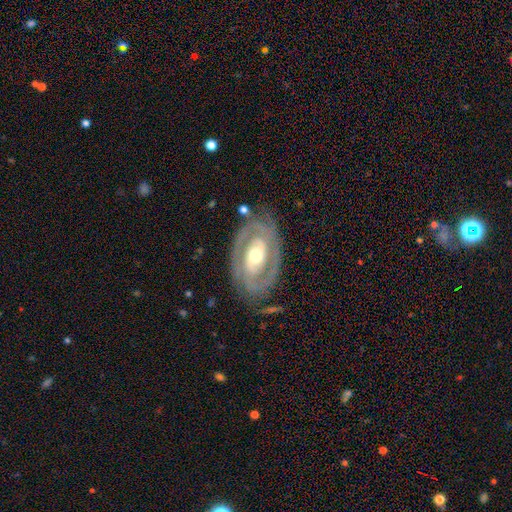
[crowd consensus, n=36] Morphology: type=featured or disk (81%); edge-on=no (97%); bar=weak (39%, tied with no); spiral arms=yes (86%); winding=tight (50%); arm count=2 (54%); bulge=moderate (71%); merging=none (65%).